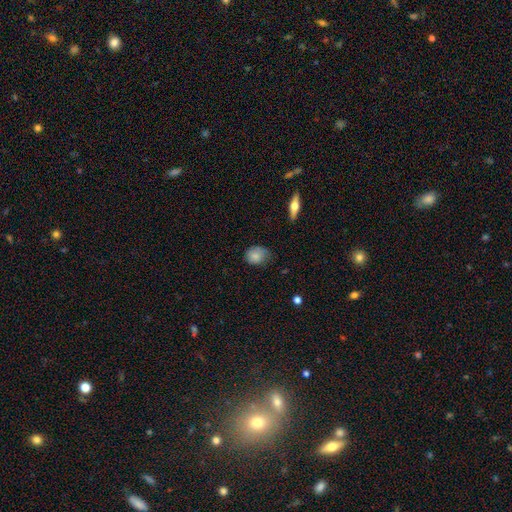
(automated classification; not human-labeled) A smooth galaxy with no disk features (80%) that is in between round and cigar-shaped (49%, tied with round).

Vote fractions:
- Smooth or featured? smooth: 80% / featured or disk: 12% / star or artifact: 8%
- How rounded? in between: 49% (tied) / round: 49% (tied) / cigar-shaped: 2%
- Merging? none: 56% / minor disturbance: 35% / major disturbance: 8% / merger: 1%